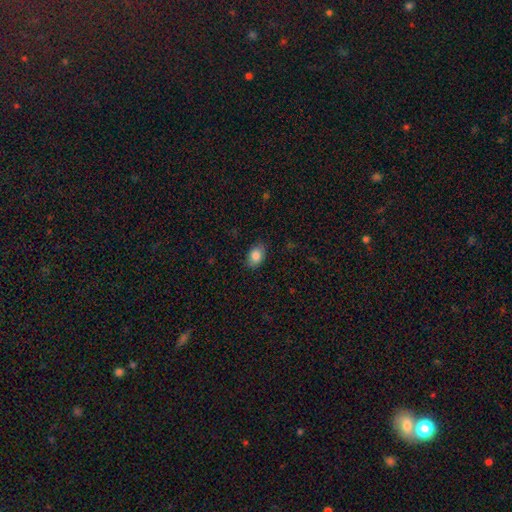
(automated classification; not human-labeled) A smooth galaxy with no disk features (85%) that is in between round and cigar-shaped (81%). Merging: none (84%).